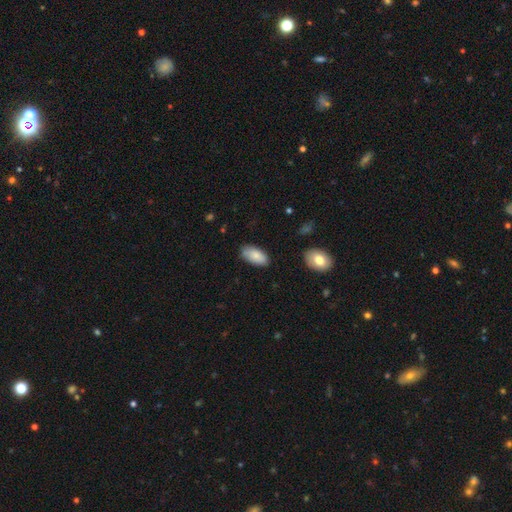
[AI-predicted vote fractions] This is clearly a smooth galaxy (83%). How rounded: clearly in between (94%). Merging: likely none (79%).